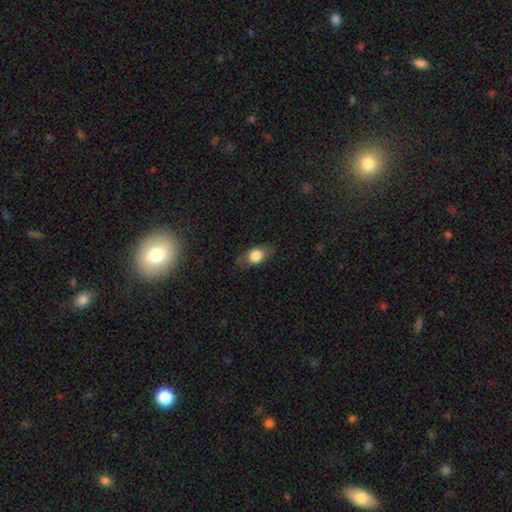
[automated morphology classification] A smooth galaxy with no disk features (77%) that is in between round and cigar-shaped (71%).

Vote fractions:
- Smooth or featured? smooth: 77% / featured or disk: 14% / star or artifact: 8%
- How rounded? in between: 71% / round: 25% / cigar-shaped: 4%
- Merging? none: 75% / minor disturbance: 18% / major disturbance: 6% / merger: 1%